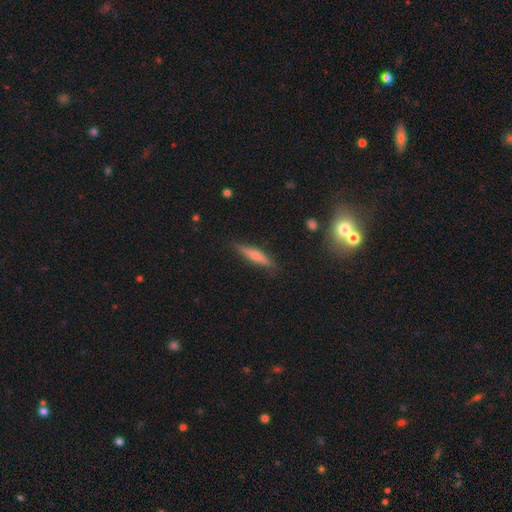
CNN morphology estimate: smooth-or-featured: smooth: 53% | featured or disk: 39% | star or artifact: 8%
  how-rounded: cigar-shaped: 88% | in between: 10% | round: 2%
  merging: none: 87% | minor disturbance: 9% | major disturbance: 2% | merger: 1%